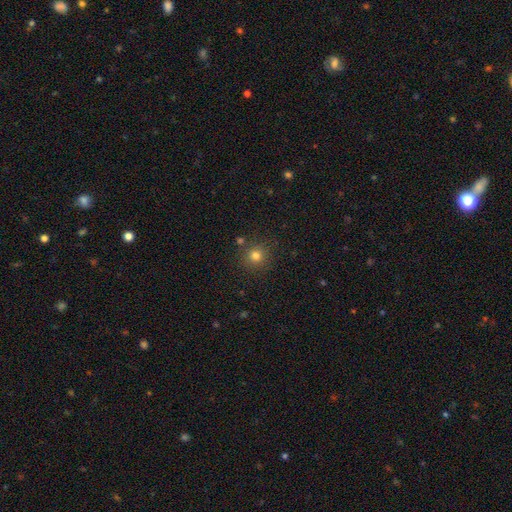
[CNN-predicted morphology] smooth 77%, star or artifact 16%, featured or disk 7%. Down the decision tree: how rounded — round (92%); merging — none (84%).